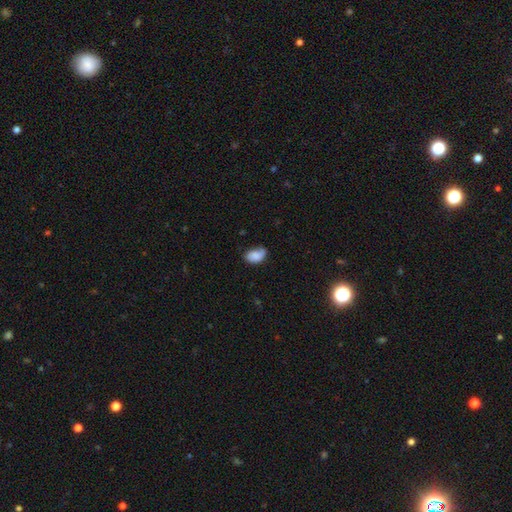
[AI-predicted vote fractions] Overall: smooth (82%). How rounded: in between (89%). Merging: none (51%; minor disturbance 36%).